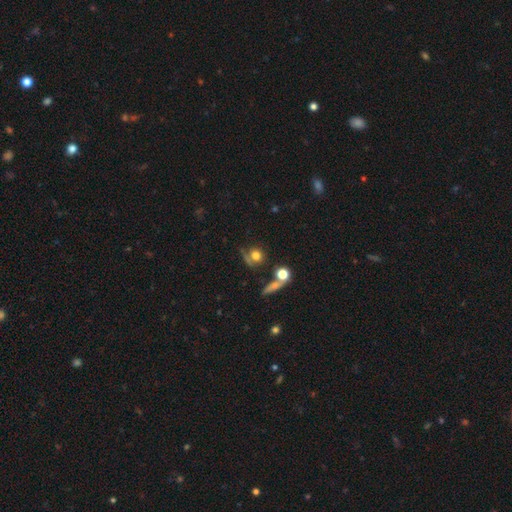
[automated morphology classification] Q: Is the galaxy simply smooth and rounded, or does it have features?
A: smooth — 72%.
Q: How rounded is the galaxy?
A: round — 83%.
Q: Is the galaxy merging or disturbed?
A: none — 51%.